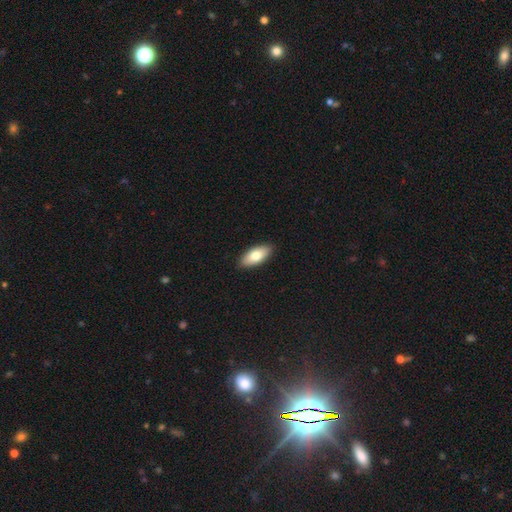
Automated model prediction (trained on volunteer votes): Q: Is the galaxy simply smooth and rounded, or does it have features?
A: smooth — 77%.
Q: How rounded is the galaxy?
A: in between — 87%.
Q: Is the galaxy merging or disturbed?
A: none — 90%.